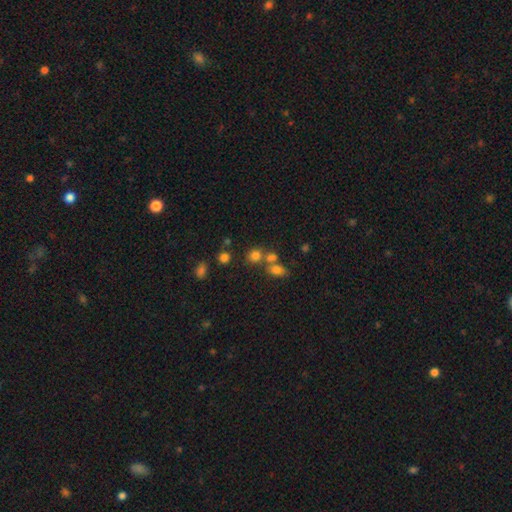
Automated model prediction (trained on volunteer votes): Smooth or featured? Predicted: smooth (p=0.74). How rounded? Predicted: round (p=0.78). Merging? Predicted: none (p=0.57).